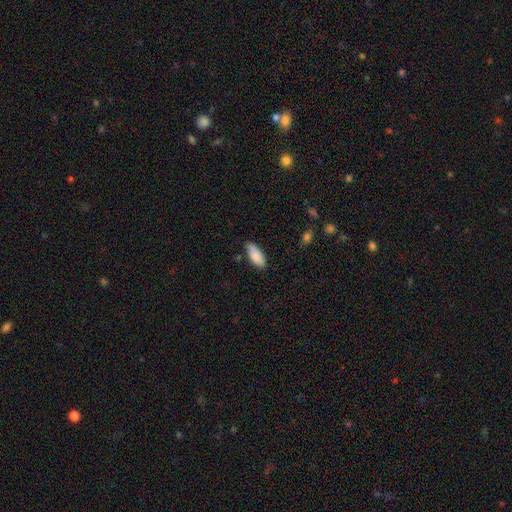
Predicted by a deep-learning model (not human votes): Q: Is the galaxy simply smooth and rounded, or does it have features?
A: smooth — 84%.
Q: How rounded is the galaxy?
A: in between — 86%.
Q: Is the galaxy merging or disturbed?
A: none — 64%.